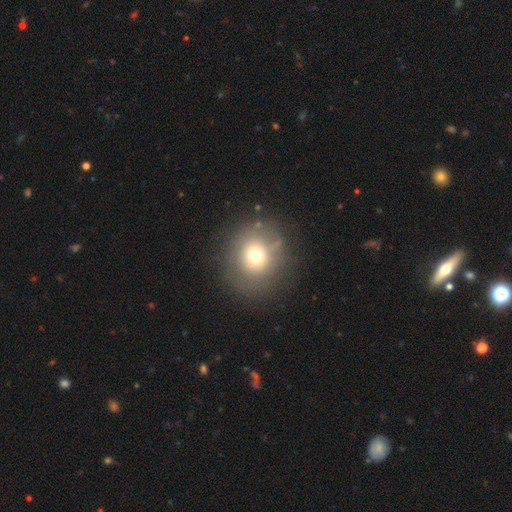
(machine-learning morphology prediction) Overall: smooth (66%). How rounded: round (84%). Merging: none (75%).